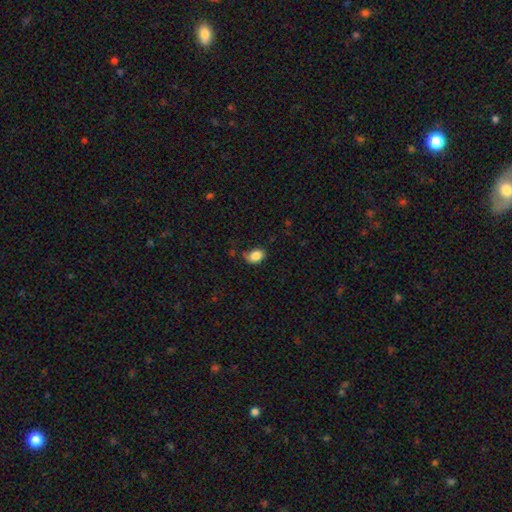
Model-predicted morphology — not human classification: Smooth or featured? Predicted: smooth (p=0.85). How rounded? Predicted: in between (p=0.79). Merging? Predicted: none (p=0.62).